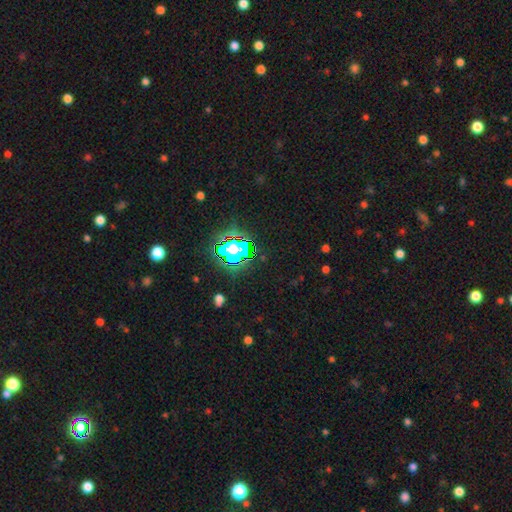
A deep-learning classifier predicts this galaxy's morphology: The model was most divided on "smooth or featured": star or artifact: 79%, smooth: 13%, featured or disk: 8%.